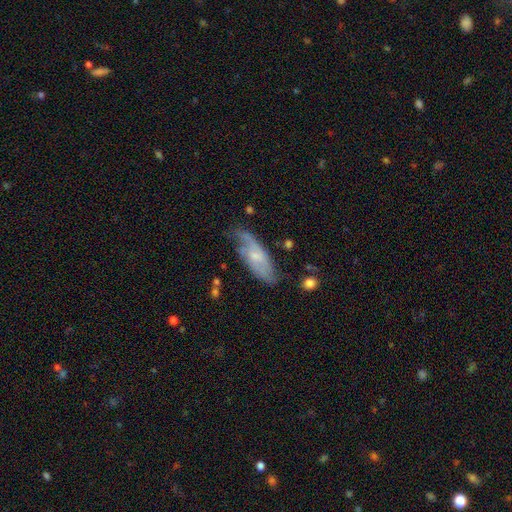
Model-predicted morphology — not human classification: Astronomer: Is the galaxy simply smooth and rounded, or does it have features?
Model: featured or disk — 64%.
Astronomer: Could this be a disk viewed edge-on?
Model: no — 84%.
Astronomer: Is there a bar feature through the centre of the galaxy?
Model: no — 63%.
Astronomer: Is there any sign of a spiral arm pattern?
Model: yes — 86%.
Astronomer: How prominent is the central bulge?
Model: small — 57%.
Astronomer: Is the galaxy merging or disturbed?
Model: none — 60%.